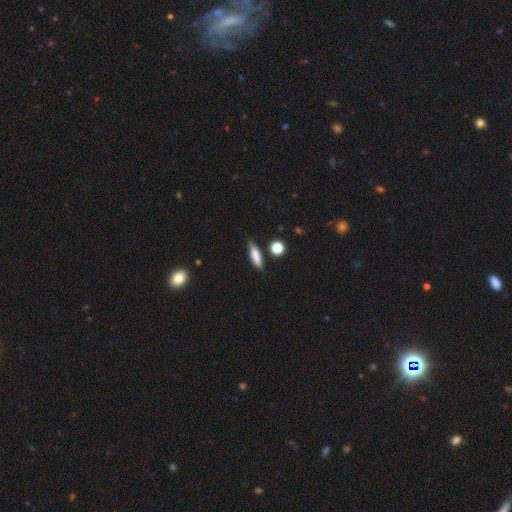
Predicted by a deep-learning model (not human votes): A smooth galaxy with no disk features (78%) that is cigar-shaped (62%). Merging: none (77%).